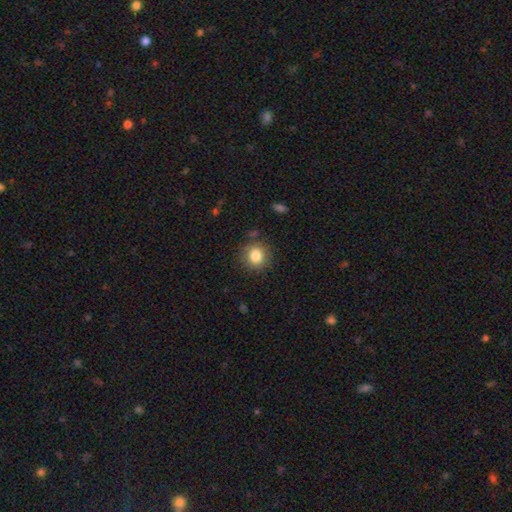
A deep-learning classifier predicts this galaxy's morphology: Q: Smooth or featured?
A: smooth (83%); runner-up: star or artifact (10%)
Q: How rounded?
A: round (87%); runner-up: in between (12%)
Q: Merging?
A: none (84%); runner-up: minor disturbance (10%)